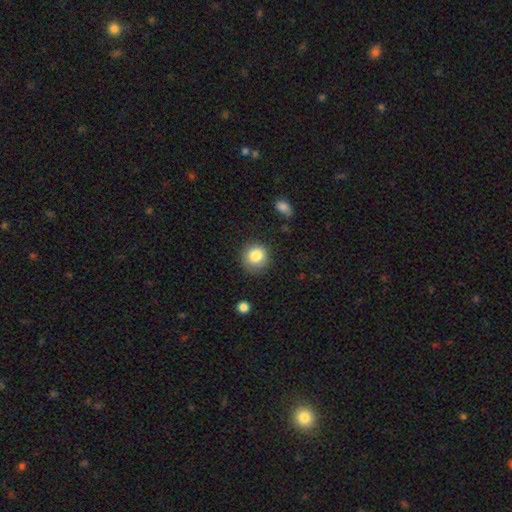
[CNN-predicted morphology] Overall: smooth (84%). How rounded: round (91%). Merging: none (83%).